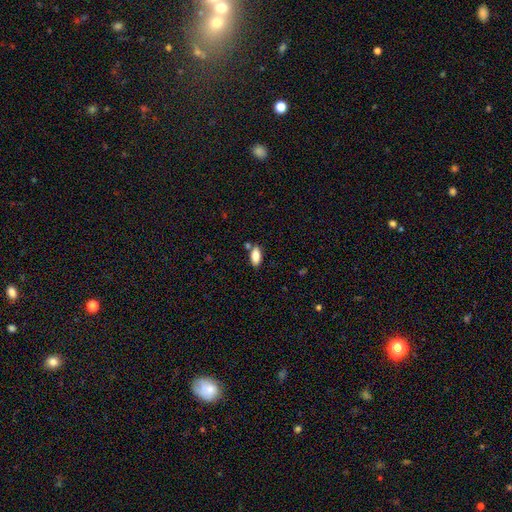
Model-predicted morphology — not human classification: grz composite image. It shows a smooth galaxy with no disk features (85%) that is in between round and cigar-shaped (87%). Merging: none (75%).